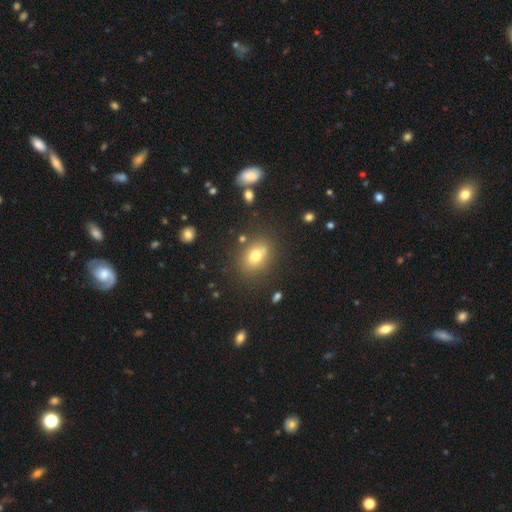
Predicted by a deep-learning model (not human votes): A smooth galaxy with no disk features (72%) that is in between round and cigar-shaped (57%).

Vote fractions:
- Smooth or featured? smooth: 72% / featured or disk: 14% / star or artifact: 14%
- How rounded? in between: 57% / round: 42% / cigar-shaped: 1%
- Merging? none: 76% / minor disturbance: 13% / merger: 7% / major disturbance: 5%